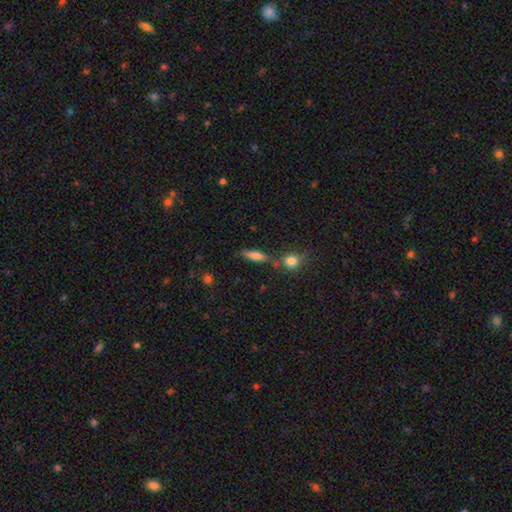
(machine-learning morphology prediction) A smooth galaxy with no disk features (71%) that is cigar-shaped (57%).

Vote fractions:
- Smooth or featured? smooth: 71% / featured or disk: 19% / star or artifact: 10%
- How rounded? cigar-shaped: 57% / in between: 38% / round: 5%
- Merging? none: 69% / minor disturbance: 14% / merger: 12% / major disturbance: 4%